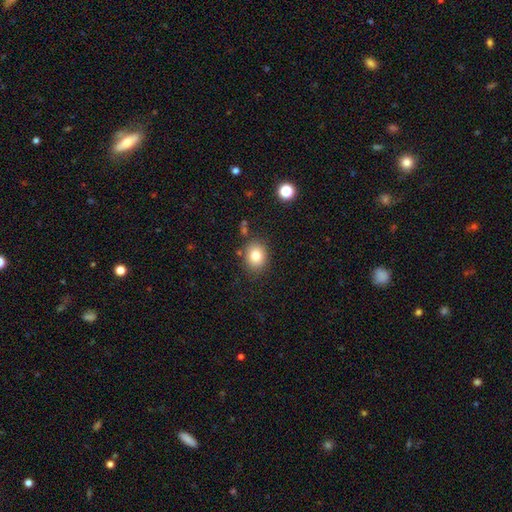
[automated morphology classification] Smooth or featured? Predicted: smooth (p=0.81). How rounded? Predicted: round (p=0.56). Merging? Predicted: none (p=0.82).